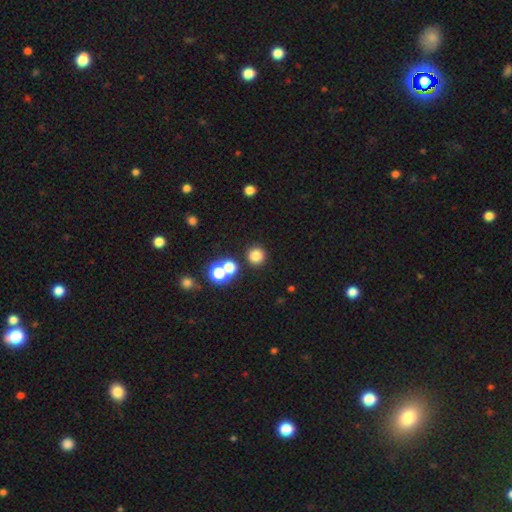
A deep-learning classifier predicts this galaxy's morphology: This is likely a smooth galaxy (78%). How rounded: clearly round (94%). Merging: clearly none (81%).